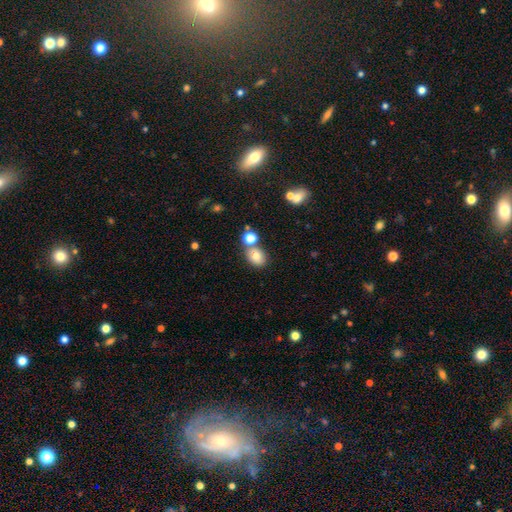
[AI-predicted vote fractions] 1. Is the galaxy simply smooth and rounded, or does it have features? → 78% smooth, 12% star or artifact, 10% featured or disk.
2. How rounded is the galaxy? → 62% in between, 37% round, 1% cigar-shaped.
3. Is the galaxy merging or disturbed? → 62% none, 22% merger, 12% minor disturbance, 4% major disturbance.